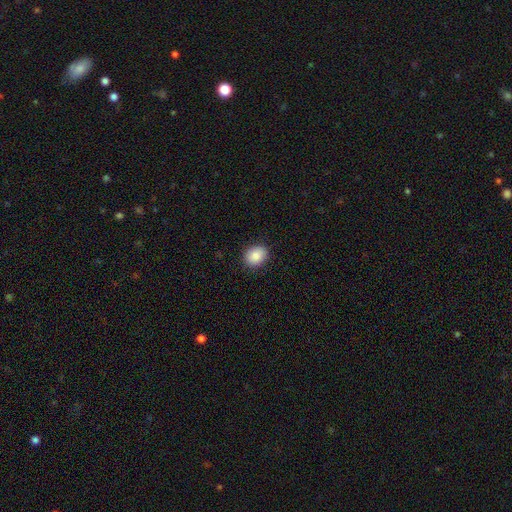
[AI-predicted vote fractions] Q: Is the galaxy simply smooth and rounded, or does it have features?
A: smooth — 88%.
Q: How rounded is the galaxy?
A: round — 50%.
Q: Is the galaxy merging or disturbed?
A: none — 89%.